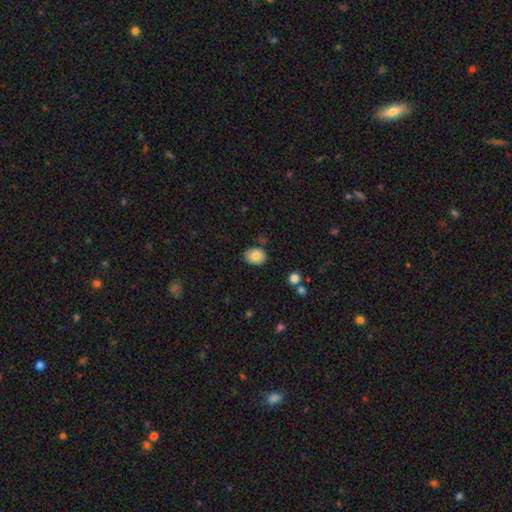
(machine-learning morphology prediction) The model was most divided on "how rounded": in between: 57%, round: 42%, cigar-shaped: 1%. More confident: merging — none (80%); smooth or featured — smooth (80%).